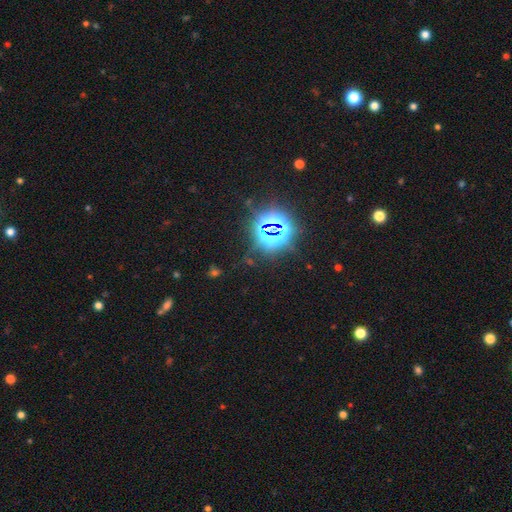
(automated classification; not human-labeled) smooth_or_featured: star or artifact (p=0.84) [alt: smooth p=0.10]